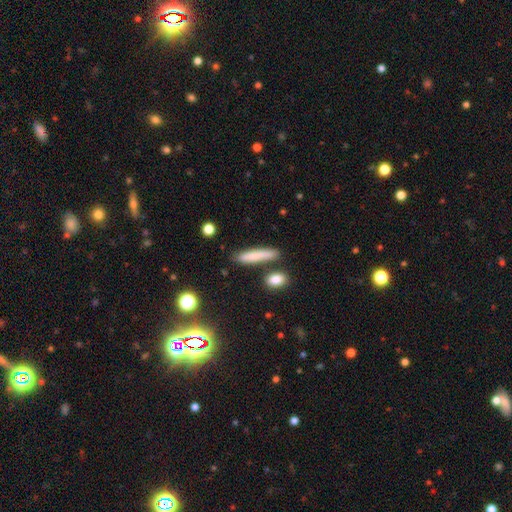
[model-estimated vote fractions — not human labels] Morphology: type=smooth (79%); roundness=cigar-shaped (84%); merging=none (80%).